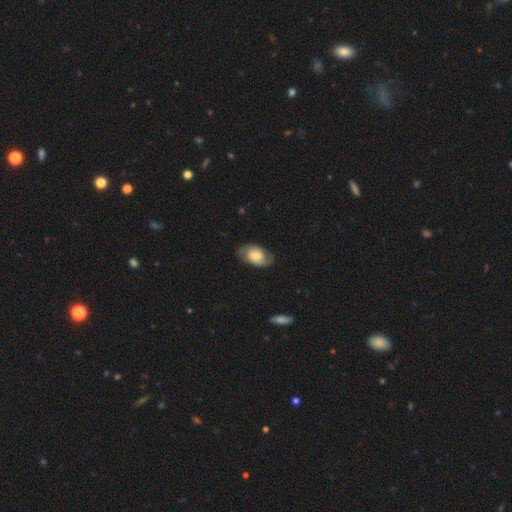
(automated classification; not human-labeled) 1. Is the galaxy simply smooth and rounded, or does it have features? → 49% smooth, 44% featured or disk, 7% star or artifact.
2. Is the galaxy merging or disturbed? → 73% none, 19% minor disturbance, 7% major disturbance, 1% merger.